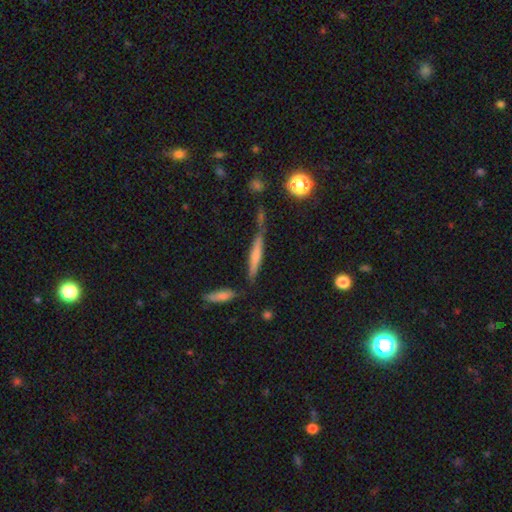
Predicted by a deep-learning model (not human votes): smooth 54%, featured or disk 37%, star or artifact 9%. Down the decision tree: how rounded — cigar-shaped (89%); merging — none (56%).